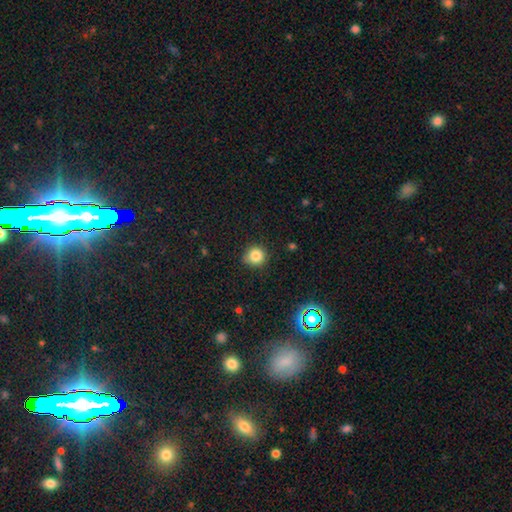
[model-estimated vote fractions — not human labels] smooth 82%, star or artifact 12%, featured or disk 5%. Down the decision tree: how rounded — round (88%); merging — none (81%).